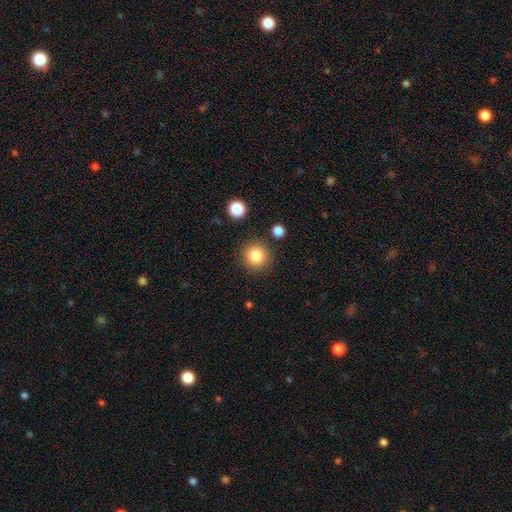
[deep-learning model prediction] Q: Smooth or featured?
A: smooth (84%); runner-up: star or artifact (10%)
Q: How rounded?
A: round (94%); runner-up: in between (5%)
Q: Merging?
A: none (88%); runner-up: minor disturbance (7%)